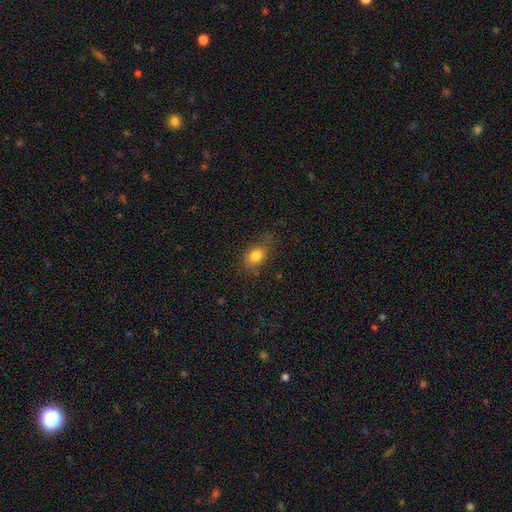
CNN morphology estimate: Smooth or featured: smooth — 81% (star or artifact — 10%)
How rounded: in between — 74% (round — 23%)
Merging: none — 67% (minor disturbance — 23%)